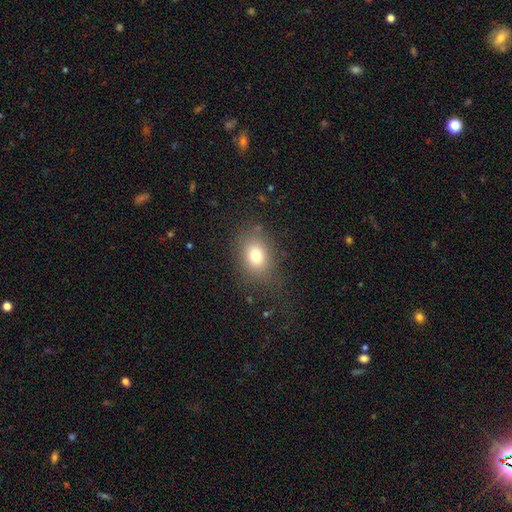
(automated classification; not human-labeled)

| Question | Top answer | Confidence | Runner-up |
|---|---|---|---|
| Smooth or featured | smooth | 76% | star or artifact (12%) |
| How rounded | in between | 65% | round (33%) |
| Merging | none | 77% | minor disturbance (14%) |